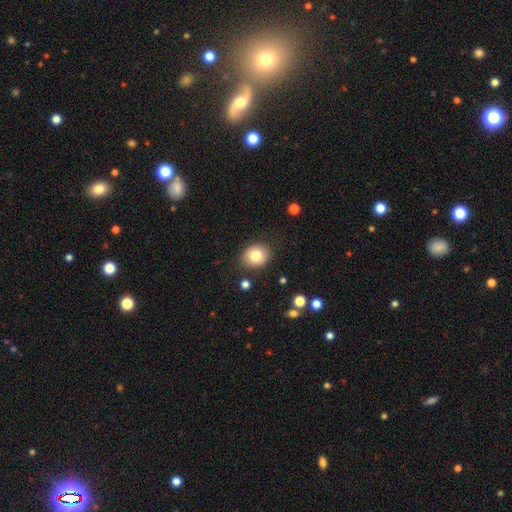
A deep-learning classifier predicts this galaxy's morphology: The model was most divided on "how rounded": round: 66%, in between: 33%, cigar-shaped: 1%. More confident: merging — none (86%); smooth or featured — smooth (81%).